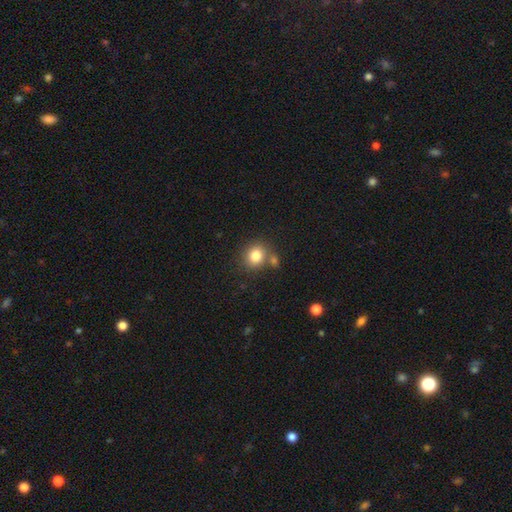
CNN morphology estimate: smooth_or_featured: smooth (p=0.82) [alt: star or artifact p=0.11]
how_rounded: round (p=0.80) [alt: in between p=0.19]
merging: none (p=0.66) [alt: merger p=0.19]